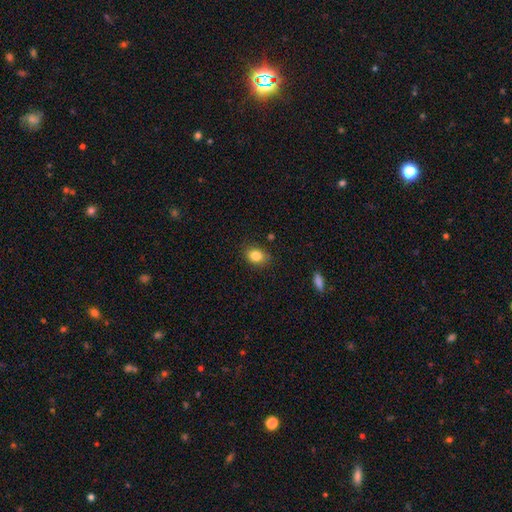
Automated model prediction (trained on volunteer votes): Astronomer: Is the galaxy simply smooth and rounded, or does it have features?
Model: smooth — 83%.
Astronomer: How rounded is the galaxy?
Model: in between — 57% (runner-up: round, 41%).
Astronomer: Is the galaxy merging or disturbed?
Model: none — 82%.